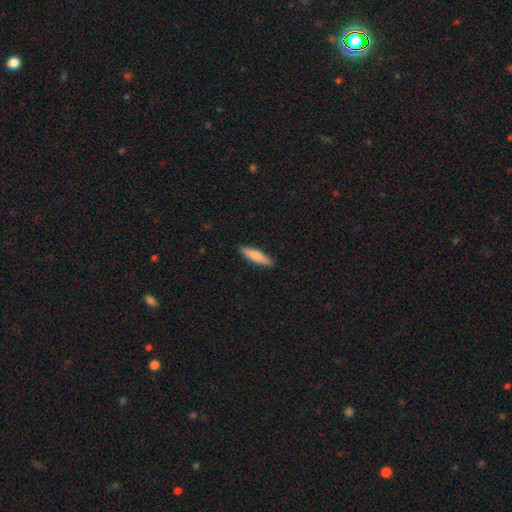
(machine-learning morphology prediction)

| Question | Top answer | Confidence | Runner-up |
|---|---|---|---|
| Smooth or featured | smooth | 79% | featured or disk (15%) |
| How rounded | cigar-shaped | 74% | in between (25%) |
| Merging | none | 89% | minor disturbance (8%) |